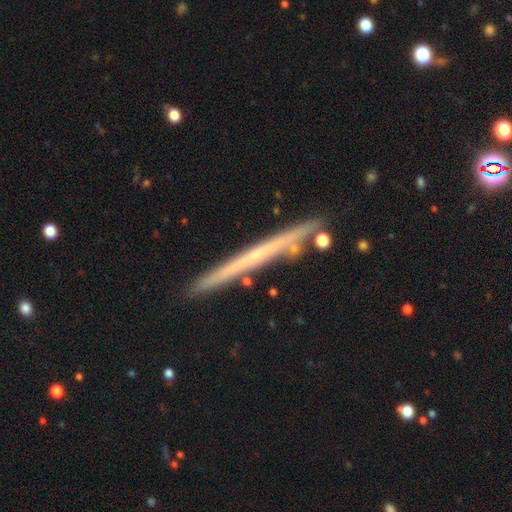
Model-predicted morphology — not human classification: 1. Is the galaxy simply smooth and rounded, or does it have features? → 64% featured or disk, 29% smooth, 7% star or artifact.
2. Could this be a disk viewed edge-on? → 97% yes, 3% no.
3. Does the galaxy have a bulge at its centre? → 81% none, 16% rounded, 3% boxy.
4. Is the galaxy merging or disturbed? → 87% none, 9% minor disturbance, 3% merger, 2% major disturbance.